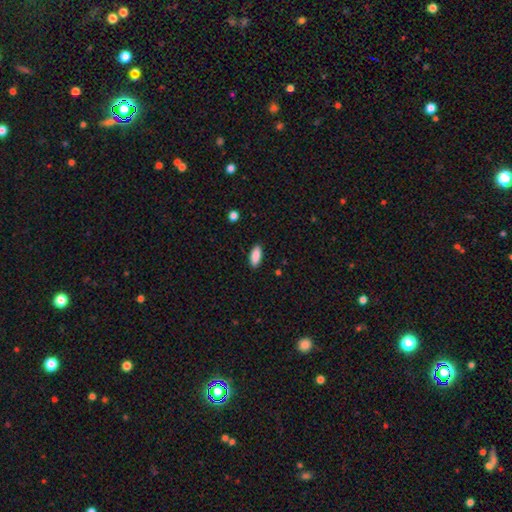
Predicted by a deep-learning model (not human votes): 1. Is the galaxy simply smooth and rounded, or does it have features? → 89% smooth, 7% star or artifact, 4% featured or disk.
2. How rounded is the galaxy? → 80% in between, 18% cigar-shaped, 2% round.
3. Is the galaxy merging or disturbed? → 89% none, 8% minor disturbance, 2% major disturbance, 1% merger.